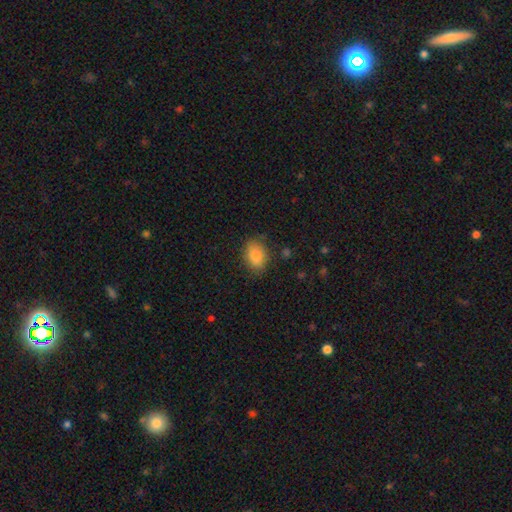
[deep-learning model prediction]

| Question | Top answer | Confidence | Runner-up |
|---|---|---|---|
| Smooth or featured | smooth | 87% | star or artifact (8%) |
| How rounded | in between | 79% | round (19%) |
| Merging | none | 79% | minor disturbance (15%) |